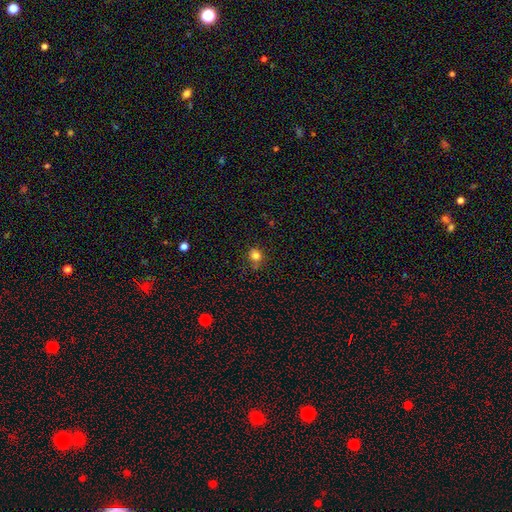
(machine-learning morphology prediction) Smooth or featured: smooth — 80% (star or artifact — 14%)
How rounded: round — 84% (in between — 15%)
Merging: none — 75% (minor disturbance — 16%)